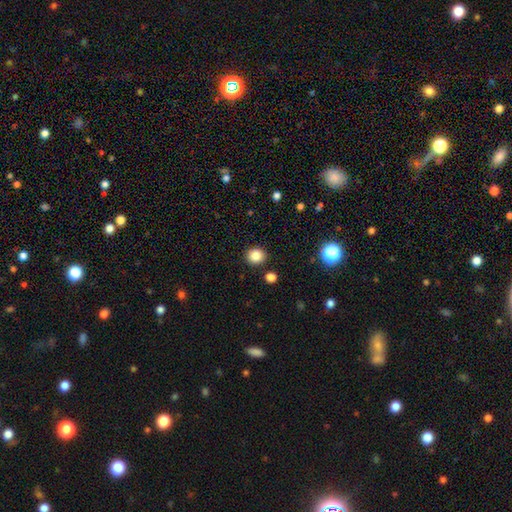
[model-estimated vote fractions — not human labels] Q: Smooth or featured?
A: smooth (85%); runner-up: star or artifact (11%)
Q: How rounded?
A: round (80%); runner-up: in between (19%)
Q: Merging?
A: none (88%); runner-up: minor disturbance (7%)